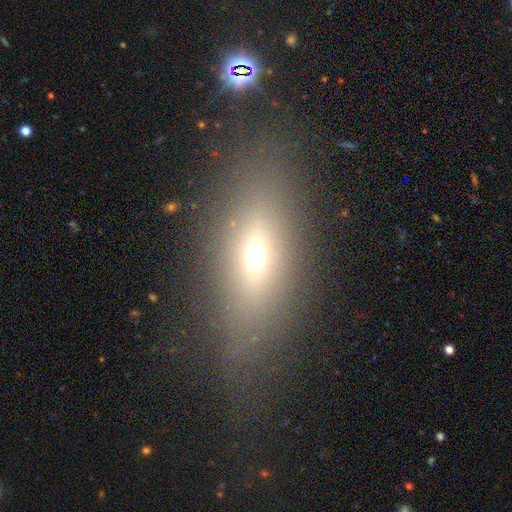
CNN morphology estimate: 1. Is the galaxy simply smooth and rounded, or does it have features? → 49% smooth, 33% featured or disk, 18% star or artifact.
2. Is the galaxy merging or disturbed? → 73% none, 15% minor disturbance, 9% major disturbance, 3% merger.